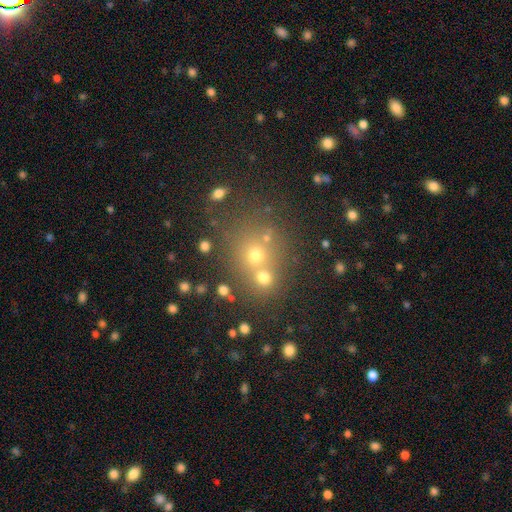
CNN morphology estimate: This is possibly a smooth galaxy (49%). Merging: possibly none (50%).